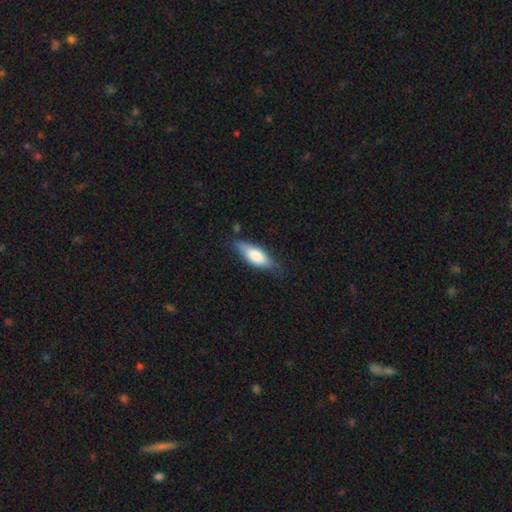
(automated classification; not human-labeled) smooth 71%, featured or disk 23%, star or artifact 6%. Down the decision tree: how rounded — in between (66%); merging — none (69%).